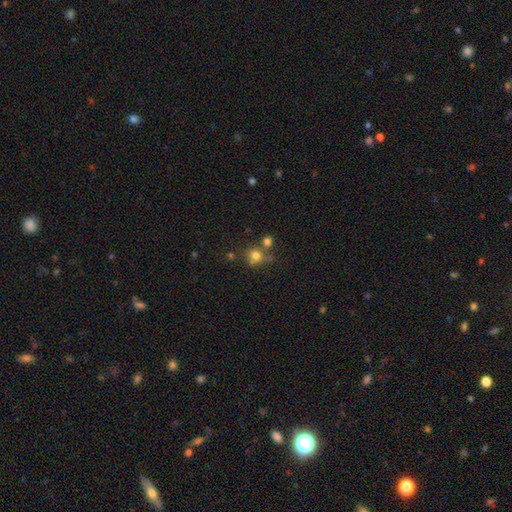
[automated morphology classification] smooth 74%, star or artifact 16%, featured or disk 10%. Down the decision tree: how rounded — round (83%); merging — none (58%).